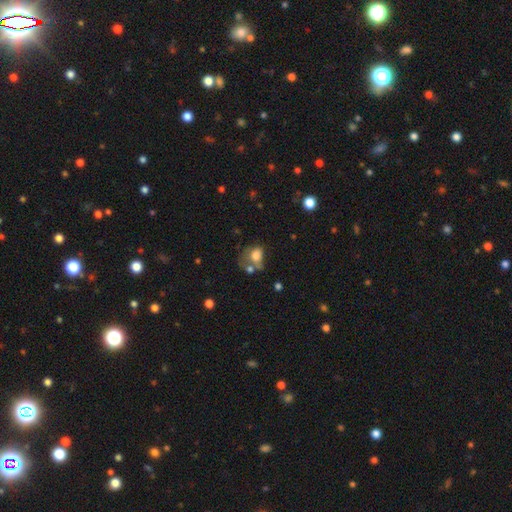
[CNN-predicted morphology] type=smooth (70%); roundness=in between (60%); merging=merger (31%).